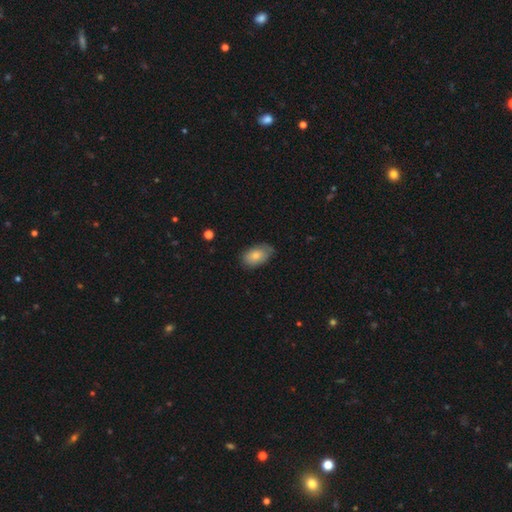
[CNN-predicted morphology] smooth-or-featured: smooth: 79% | featured or disk: 14% | star or artifact: 7%
  how-rounded: in between: 92% | round: 7% | cigar-shaped: 1%
  merging: none: 73% | minor disturbance: 22% | major disturbance: 4% | merger: 1%